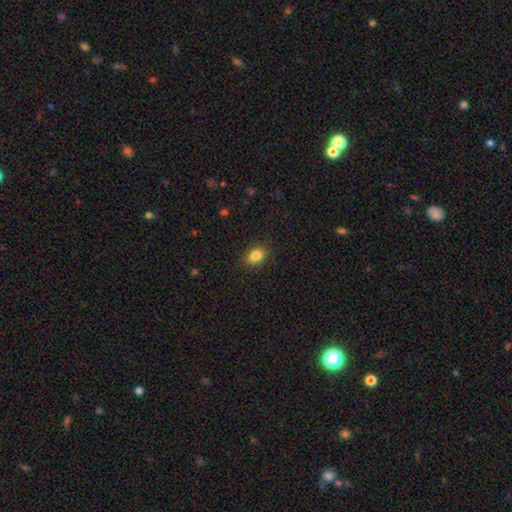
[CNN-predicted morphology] This appears to be a smooth galaxy with no disk features (84%) that is in between round and cigar-shaped (61%). Merging: none (88%).